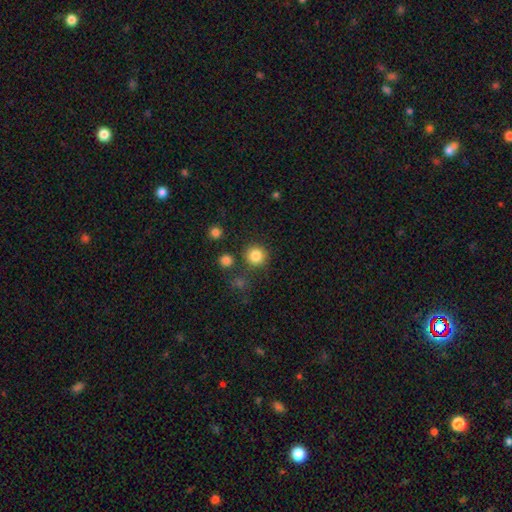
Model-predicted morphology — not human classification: A smooth galaxy with no disk features (84%) that is round (93%). Merging: none (85%).